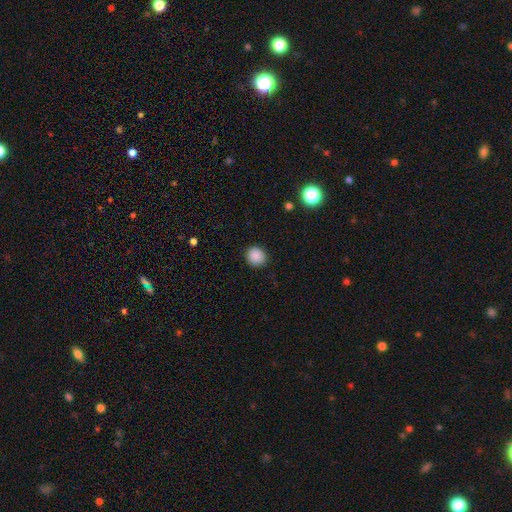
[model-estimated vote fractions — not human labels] Smooth or featured?
  - smooth: 88% *
  - star or artifact: 9%
  - featured or disk: 3%
How rounded?
  - round: 82% *
  - in between: 17%
  - cigar-shaped: 1%
Merging?
  - none: 90% *
  - minor disturbance: 7%
  - major disturbance: 2%
  - merger: 1%